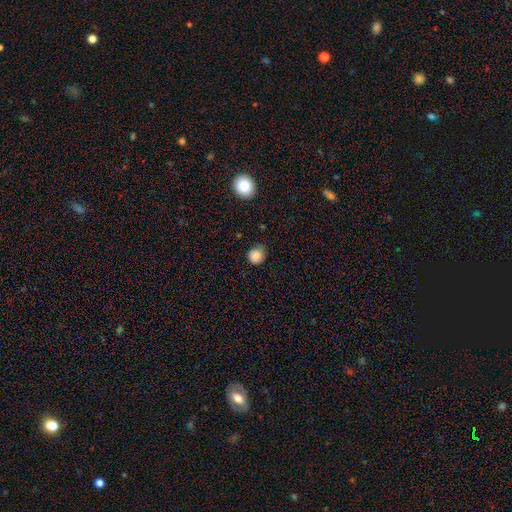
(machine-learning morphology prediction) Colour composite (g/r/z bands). It shows a smooth galaxy with no disk features (86%) that is round (86%). Merging: none (69%).